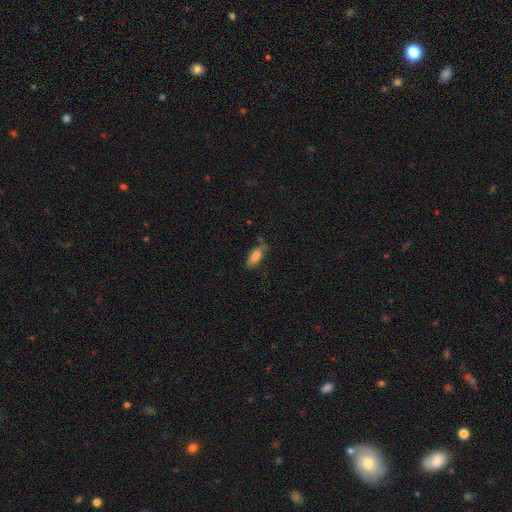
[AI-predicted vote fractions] Smooth or featured? Predicted: smooth (p=0.81). How rounded? Predicted: in between (p=0.79). Merging? Predicted: none (p=0.59).